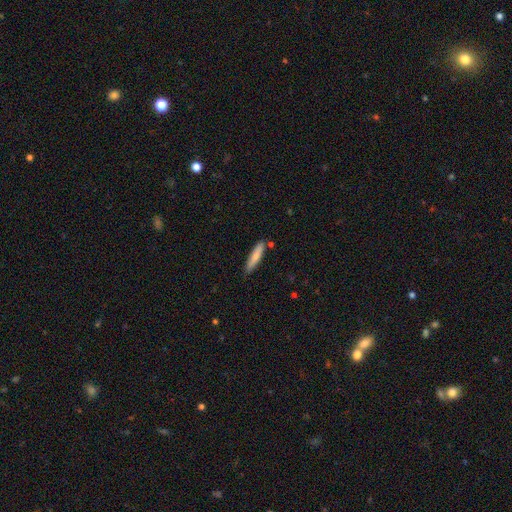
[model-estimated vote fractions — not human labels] smooth-or-featured: smooth: 79% | featured or disk: 15% | star or artifact: 6%
  how-rounded: cigar-shaped: 88% | in between: 11% | round: 1%
  merging: none: 81% | minor disturbance: 13% | merger: 4% | major disturbance: 2%